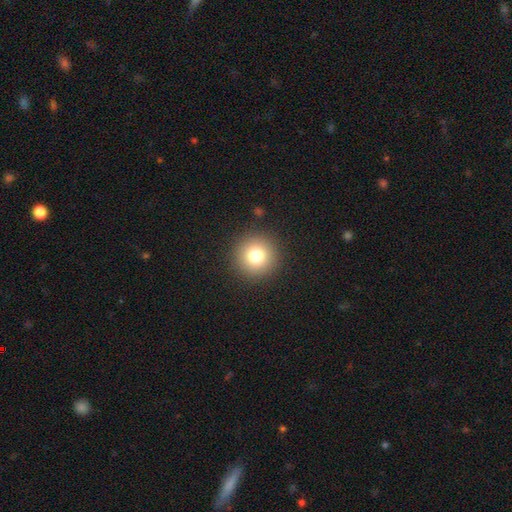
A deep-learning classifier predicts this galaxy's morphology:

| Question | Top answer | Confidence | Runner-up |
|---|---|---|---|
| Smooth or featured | smooth | 78% | star or artifact (13%) |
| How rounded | round | 96% | in between (3%) |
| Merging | none | 92% | minor disturbance (5%) |